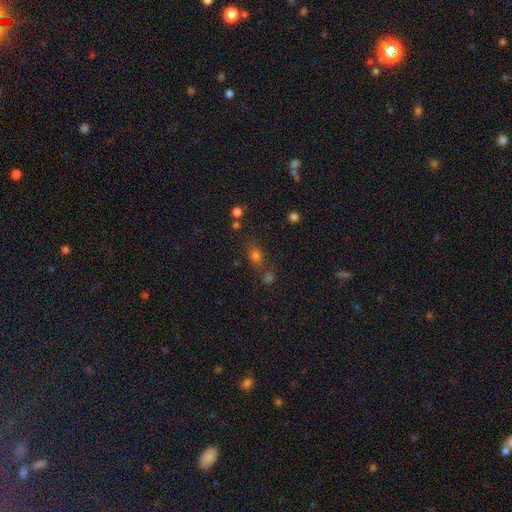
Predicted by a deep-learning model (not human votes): smooth_or_featured: smooth (p=0.69) [alt: star or artifact p=0.22]
how_rounded: in between (p=0.54) [alt: round p=0.43]
merging: none (p=0.65) [alt: merger p=0.16]